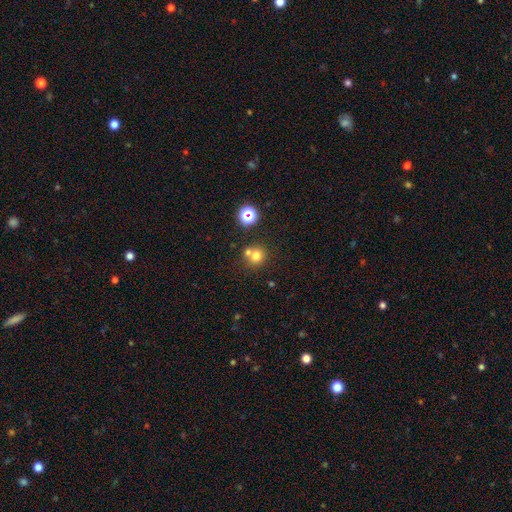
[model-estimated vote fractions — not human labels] Smooth or featured: smooth — 70% (star or artifact — 17%)
How rounded: round — 85% (in between — 14%)
Merging: none — 54% (merger — 36%)